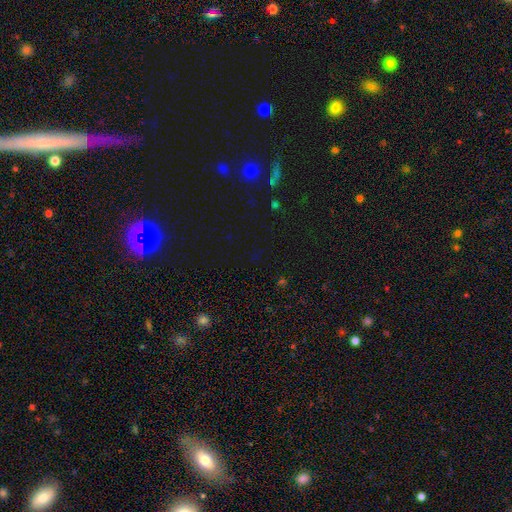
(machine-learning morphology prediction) Smooth or featured: star or artifact — 73% (smooth — 20%)